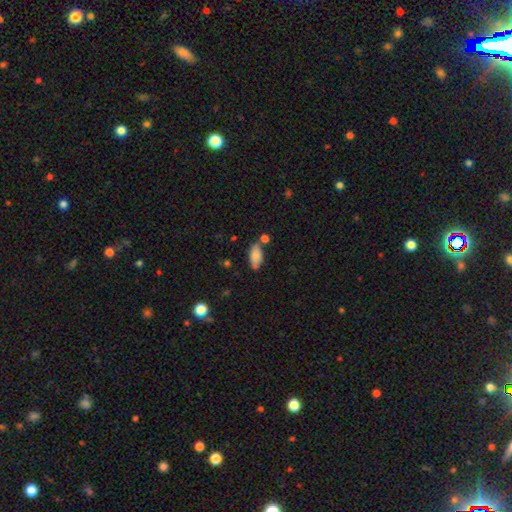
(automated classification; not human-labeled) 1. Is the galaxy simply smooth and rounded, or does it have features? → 82% smooth, 10% featured or disk, 8% star or artifact.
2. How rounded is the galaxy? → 88% in between, 9% cigar-shaped, 3% round.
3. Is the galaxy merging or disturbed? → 65% none, 17% minor disturbance, 14% merger, 4% major disturbance.